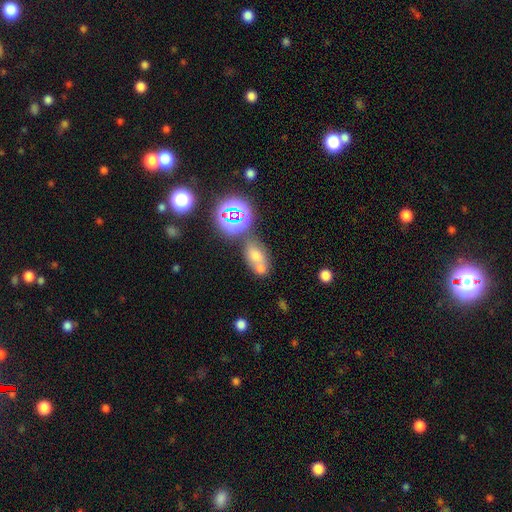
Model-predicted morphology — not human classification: smooth 58%, star or artifact 24%, featured or disk 18%. Down the decision tree: how rounded — in between (72%); merging — none (43%).